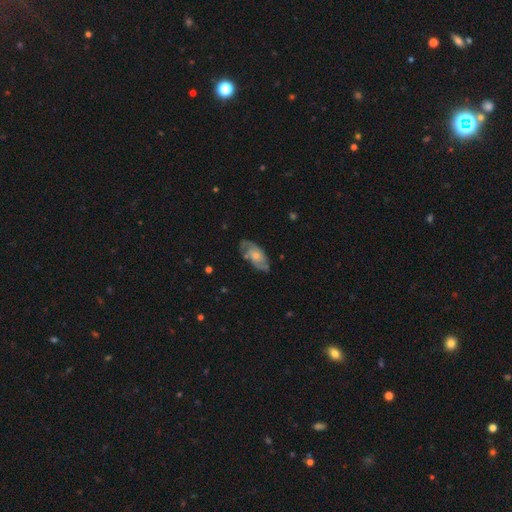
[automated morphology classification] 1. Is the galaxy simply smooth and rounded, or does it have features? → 68% featured or disk, 27% smooth, 6% star or artifact.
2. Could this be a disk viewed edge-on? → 93% no, 7% yes.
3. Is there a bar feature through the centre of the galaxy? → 75% no, 22% weak, 3% strong.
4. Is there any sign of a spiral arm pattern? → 86% yes, 14% no.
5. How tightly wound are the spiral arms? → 44% medium, 38% tight, 19% loose.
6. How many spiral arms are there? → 65% 2, 21% can't tell, 6% 3, 4% 1, 2% 4, 2% more than 4.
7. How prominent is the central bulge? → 55% small, 36% moderate, 5% none, 3% large, 1% dominant.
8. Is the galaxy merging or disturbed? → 70% none, 21% minor disturbance, 7% major disturbance, 2% merger.